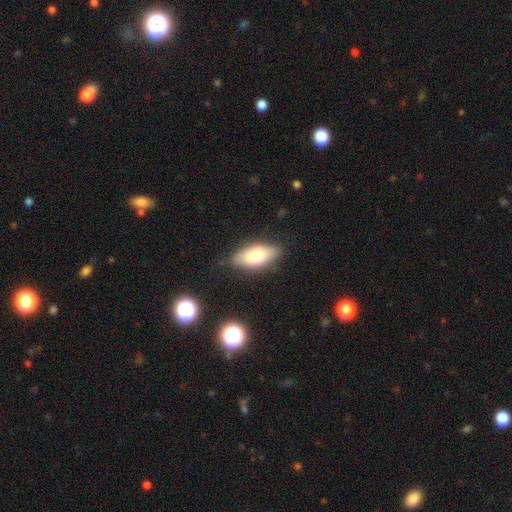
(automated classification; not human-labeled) This appears to be a smooth galaxy with no disk features (82%) that is in between round and cigar-shaped (86%). Merging: none (76%).